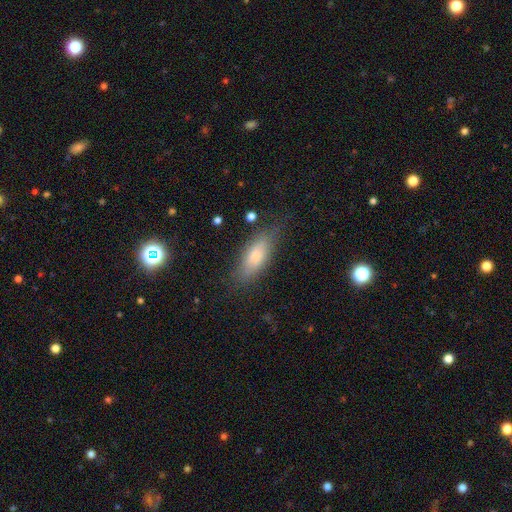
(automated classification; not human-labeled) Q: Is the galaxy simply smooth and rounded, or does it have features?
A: smooth — 73%.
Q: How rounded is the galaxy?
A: in between — 68%.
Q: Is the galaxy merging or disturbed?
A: none — 71%.